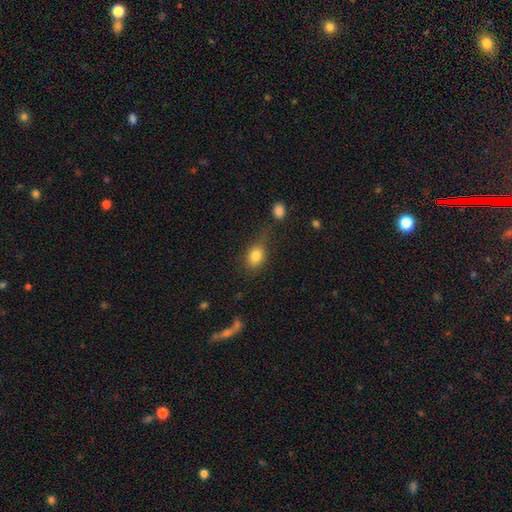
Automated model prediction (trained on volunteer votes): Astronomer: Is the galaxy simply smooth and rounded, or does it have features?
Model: smooth — 81%.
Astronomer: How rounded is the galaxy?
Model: in between — 65%.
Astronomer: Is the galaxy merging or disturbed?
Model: none — 50% (runner-up: minor disturbance, 26%).